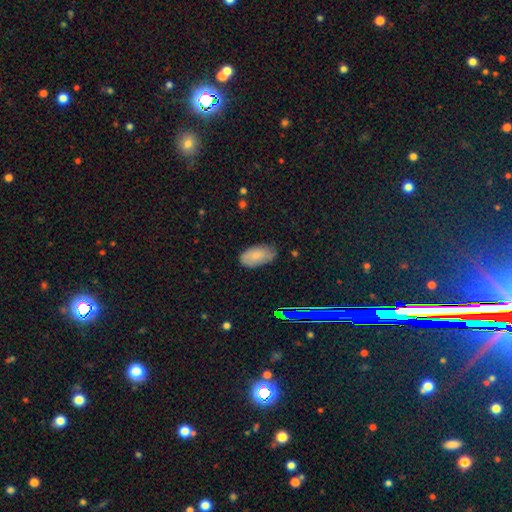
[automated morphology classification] This is likely a smooth galaxy (79%). How rounded: clearly in between (94%). Merging: likely none (74%).